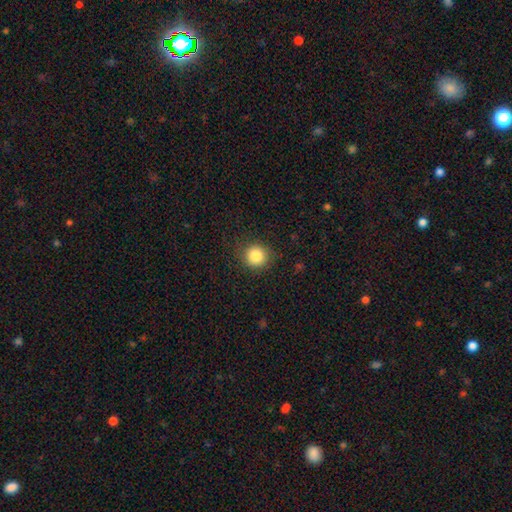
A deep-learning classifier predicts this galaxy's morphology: A smooth galaxy with no disk features (85%) that is round (92%).

Vote fractions:
- Smooth or featured? smooth: 85% / star or artifact: 10% / featured or disk: 5%
- How rounded? round: 92% / in between: 7% / cigar-shaped: 1%
- Merging? none: 87% / minor disturbance: 9% / major disturbance: 3% / merger: 1%